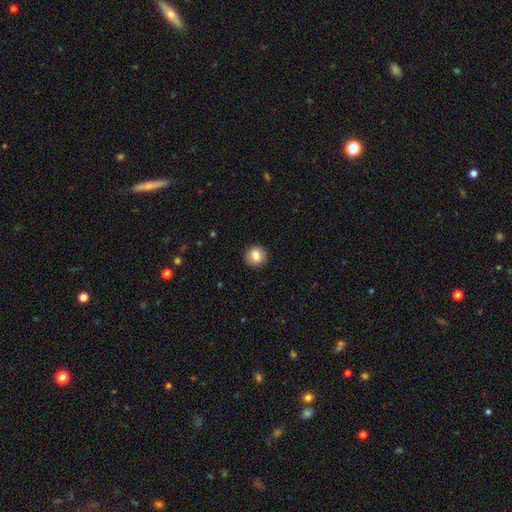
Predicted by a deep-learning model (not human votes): Smooth or featured?
  - smooth: 83% *
  - star or artifact: 8%
  - featured or disk: 8%
How rounded?
  - round: 91% *
  - in between: 8%
  - cigar-shaped: 1%
Merging?
  - none: 91% *
  - minor disturbance: 6%
  - major disturbance: 2%
  - merger: 1%